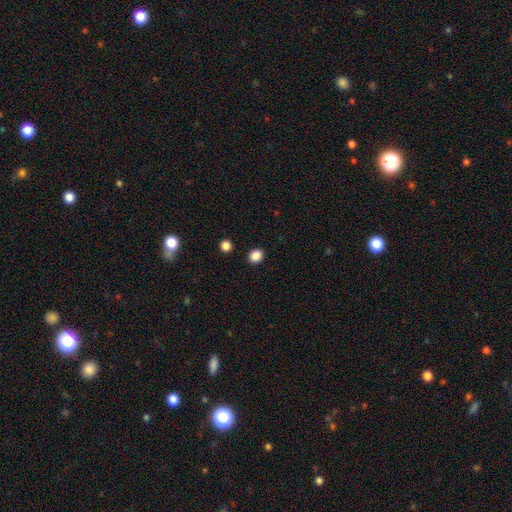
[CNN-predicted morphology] Q: Smooth or featured?
A: smooth (87%); runner-up: star or artifact (10%)
Q: How rounded?
A: round (61%); runner-up: in between (38%)
Q: Merging?
A: none (90%); runner-up: minor disturbance (6%)